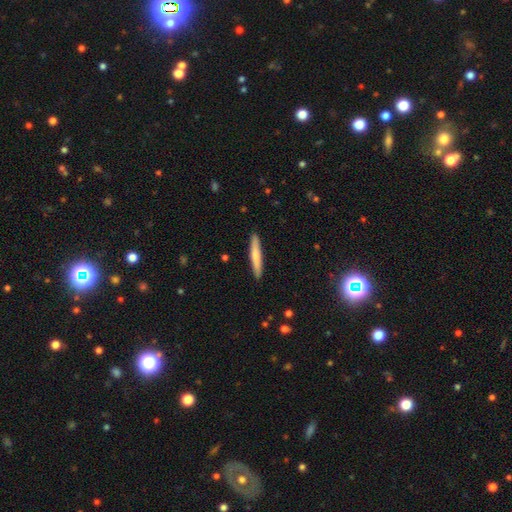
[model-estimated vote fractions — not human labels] Smooth or featured? smooth (67%)
How rounded? cigar-shaped (93%)
Merging? none (91%)